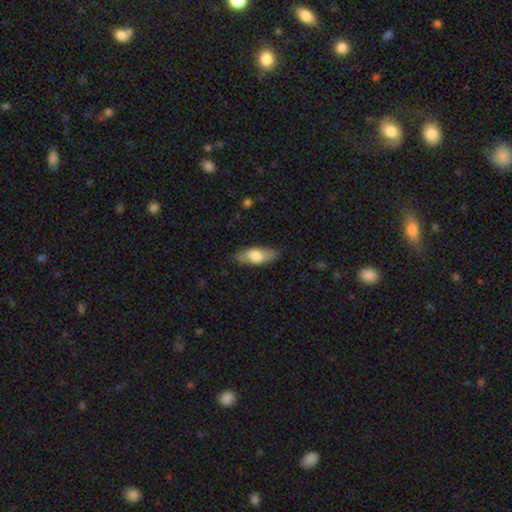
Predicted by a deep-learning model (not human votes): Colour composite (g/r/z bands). It shows a smooth galaxy with no disk features (69%) that is in between round and cigar-shaped (76%). Merging: none (80%).